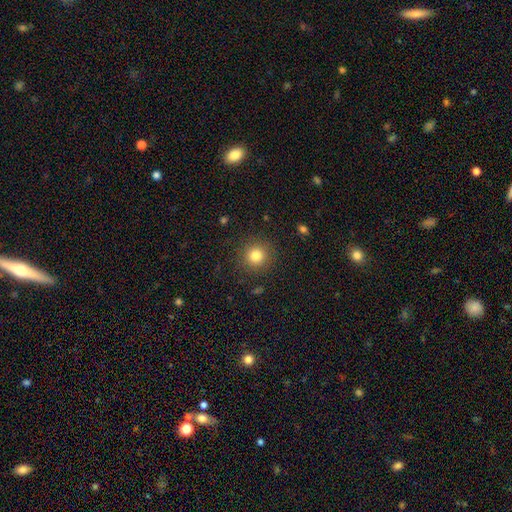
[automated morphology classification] A smooth galaxy with no disk features (81%) that is round (93%). Merging: none (88%).